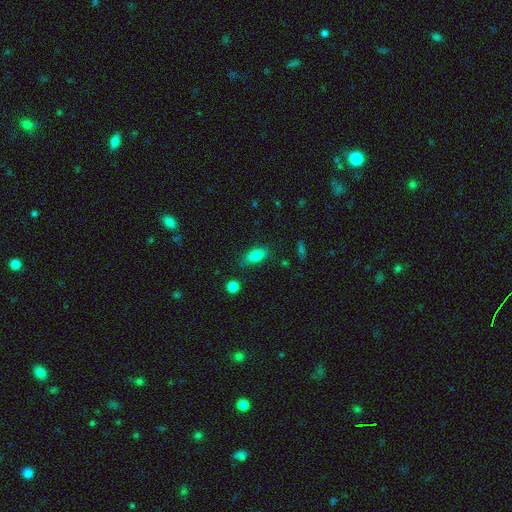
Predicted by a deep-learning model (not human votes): Overall: smooth (81%). How rounded: in between (83%). Merging: none (80%).